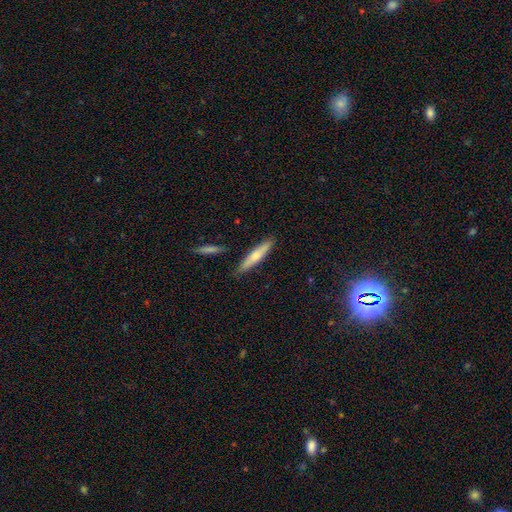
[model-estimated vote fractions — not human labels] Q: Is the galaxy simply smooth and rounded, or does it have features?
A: smooth — 60%.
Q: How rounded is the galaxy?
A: cigar-shaped — 86%.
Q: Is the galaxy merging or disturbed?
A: none — 85%.